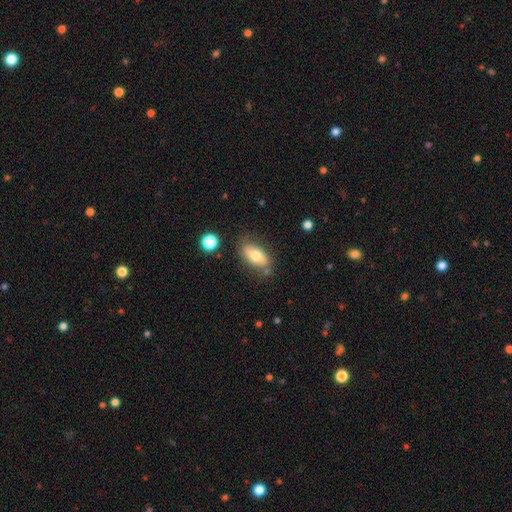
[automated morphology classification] This appears to be a smooth galaxy with no disk features (69%) that is in between round and cigar-shaped (89%). Merging: none (73%).